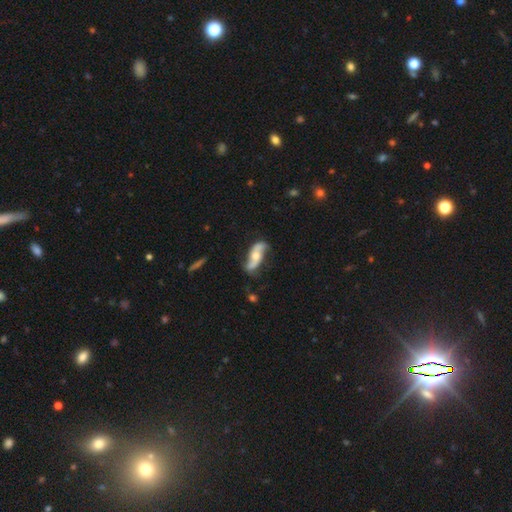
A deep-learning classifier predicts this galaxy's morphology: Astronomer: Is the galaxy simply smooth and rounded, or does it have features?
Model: featured or disk — 78%.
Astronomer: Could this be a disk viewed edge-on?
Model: no — 90%.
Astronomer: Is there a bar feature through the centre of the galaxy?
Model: no — 62%.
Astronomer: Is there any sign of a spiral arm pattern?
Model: yes — 92%.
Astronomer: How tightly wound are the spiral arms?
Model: loose — 77%.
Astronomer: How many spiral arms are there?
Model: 2 — 92%.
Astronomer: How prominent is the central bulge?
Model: moderate — 65%.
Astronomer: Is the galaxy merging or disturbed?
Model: none — 73%.